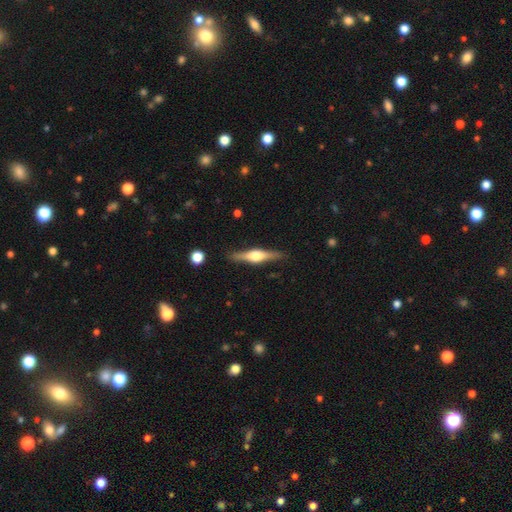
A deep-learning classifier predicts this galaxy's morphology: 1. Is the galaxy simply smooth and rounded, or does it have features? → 73% featured or disk, 21% smooth, 5% star or artifact.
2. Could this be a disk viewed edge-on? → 97% yes, 3% no.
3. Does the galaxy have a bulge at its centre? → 92% rounded, 6% boxy, 2% none.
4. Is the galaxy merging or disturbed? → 88% none, 8% minor disturbance, 2% major disturbance, 1% merger.